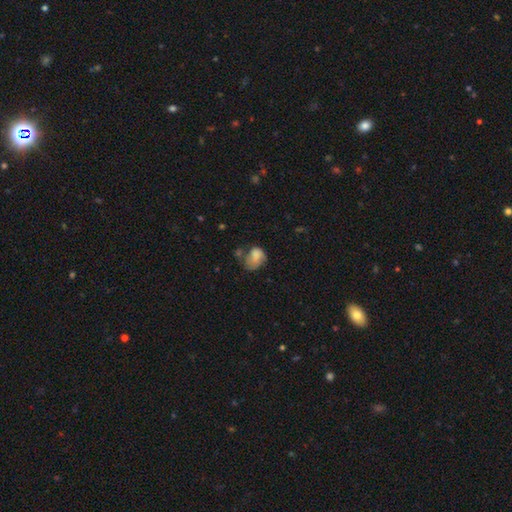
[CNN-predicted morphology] type=smooth (68%); roundness=in between (62%); merging=none (30%).